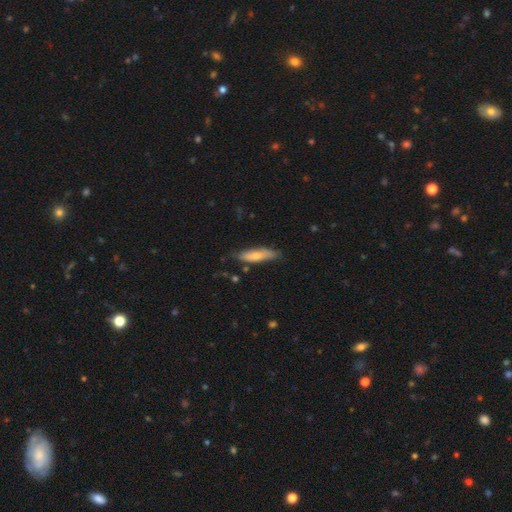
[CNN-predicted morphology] A smooth galaxy with no disk features (73%) that is cigar-shaped (72%). Merging: none (74%).